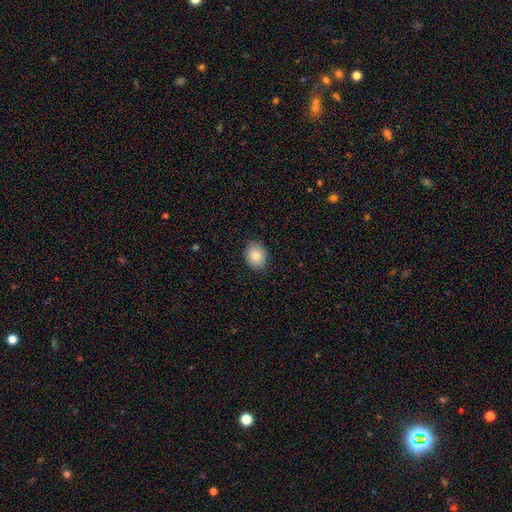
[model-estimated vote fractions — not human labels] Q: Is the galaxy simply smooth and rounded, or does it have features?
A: smooth — 86%.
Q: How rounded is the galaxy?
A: in between — 54%.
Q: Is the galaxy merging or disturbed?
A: none — 88%.